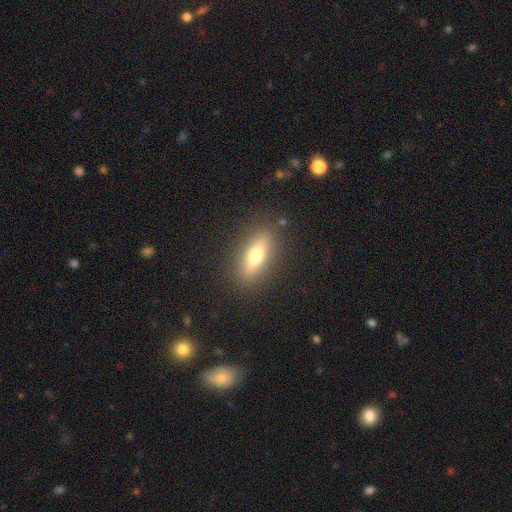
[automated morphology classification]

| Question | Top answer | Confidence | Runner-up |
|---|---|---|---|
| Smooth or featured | smooth | 54% | featured or disk (38%) |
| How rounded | in between | 56% | cigar-shaped (39%) |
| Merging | none | 87% | minor disturbance (9%) |